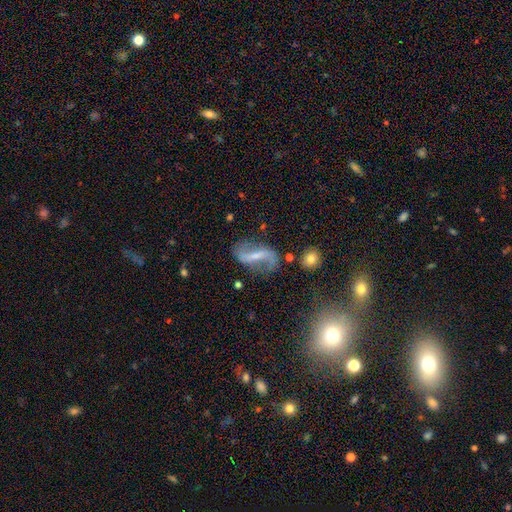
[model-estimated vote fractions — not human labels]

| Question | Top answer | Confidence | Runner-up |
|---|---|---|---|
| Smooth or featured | featured or disk | 80% | smooth (12%) |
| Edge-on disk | no | 93% | yes (7%) |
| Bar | strong | 54% | weak (31%) |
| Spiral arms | yes | 86% | no (14%) |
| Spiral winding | loose | 78% | medium (16%) |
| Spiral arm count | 2 | 90% | can't tell (4%) |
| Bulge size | small | 56% | moderate (21%) |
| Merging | none | 68% | minor disturbance (17%) |